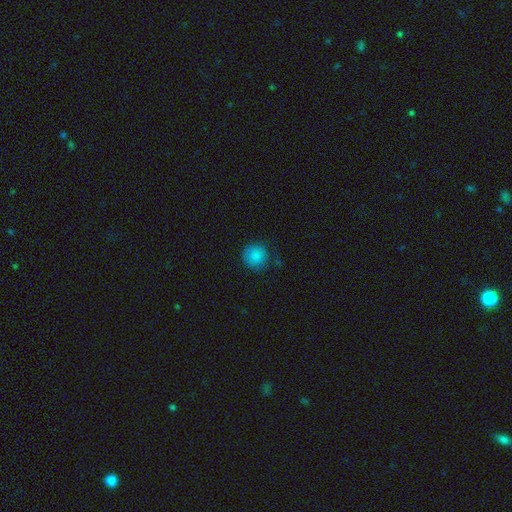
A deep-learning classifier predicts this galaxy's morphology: Overall: smooth (86%). How rounded: round (94%). Merging: none (81%).